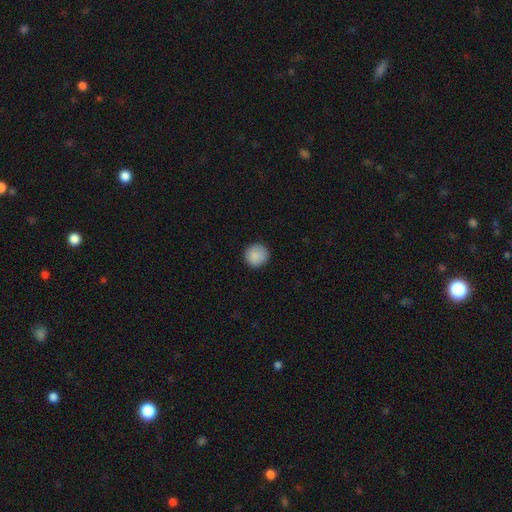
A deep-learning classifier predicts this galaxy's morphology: type=smooth (88%); roundness=round (94%); merging=none (89%).